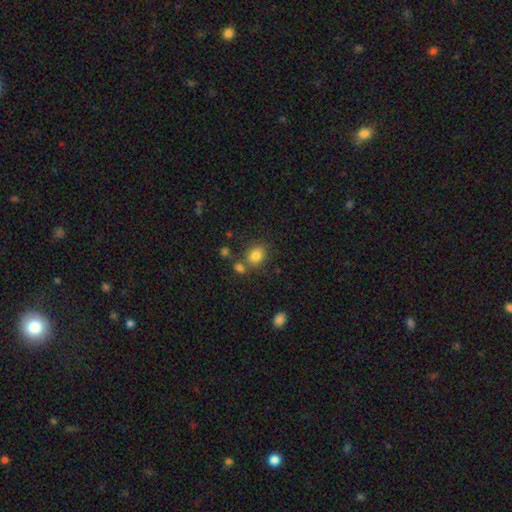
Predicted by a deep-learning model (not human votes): smooth 81%, star or artifact 11%, featured or disk 8%. Down the decision tree: how rounded — round (52%); merging — none (66%).